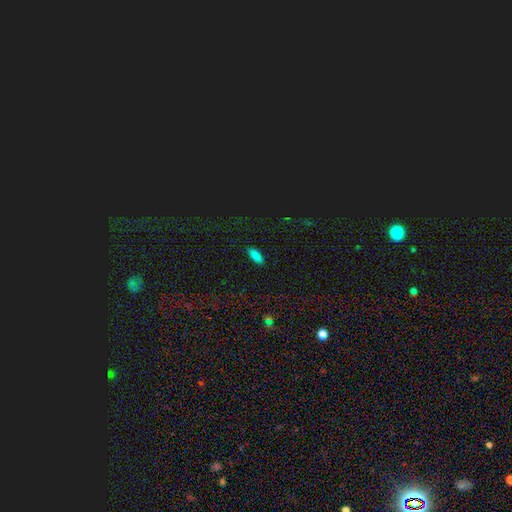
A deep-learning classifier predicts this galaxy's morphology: Smooth or featured? Predicted: smooth (p=0.79). How rounded? Predicted: in between (p=0.80). Merging? Predicted: none (p=0.87).